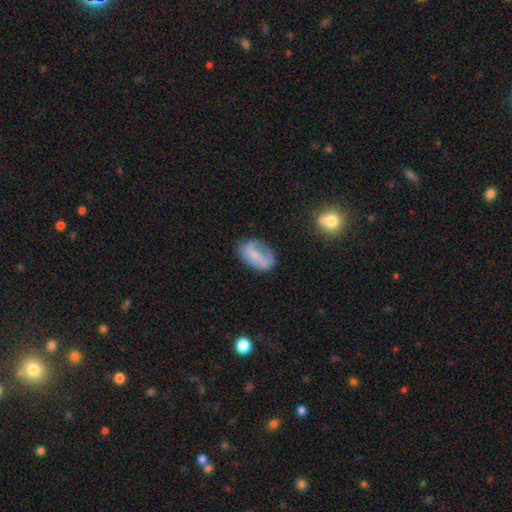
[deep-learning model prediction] The model was most divided on "smooth or featured": smooth: 53%, featured or disk: 39%, star or artifact: 8%. More confident: how rounded — in between (87%); merging — none (57%).